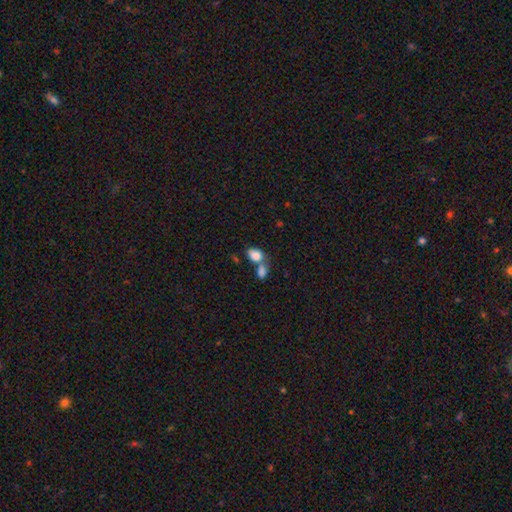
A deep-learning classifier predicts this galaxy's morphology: smooth-or-featured: smooth: 83% | star or artifact: 8% | featured or disk: 8%
  how-rounded: in between: 79% | round: 19% | cigar-shaped: 1%
  merging: merger: 57% | none: 29% | minor disturbance: 9% | major disturbance: 5%